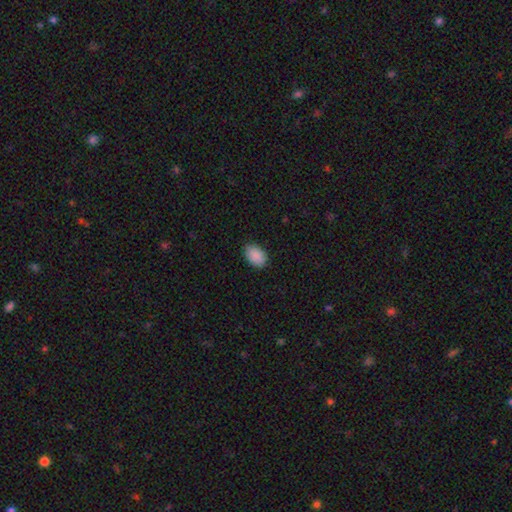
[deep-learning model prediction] A smooth galaxy with no disk features (90%) that is in between round and cigar-shaped (88%). Merging: none (85%).